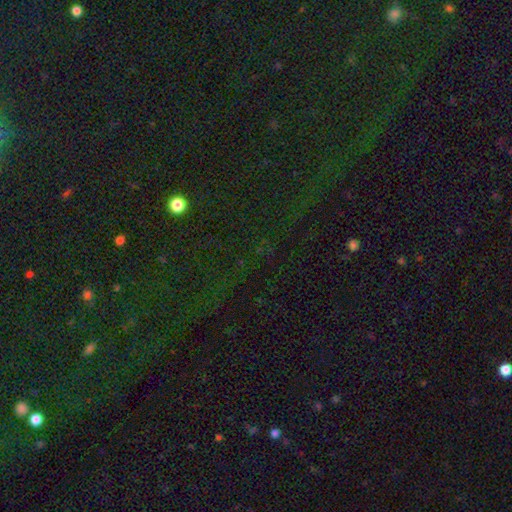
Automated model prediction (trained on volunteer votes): Smooth or featured?
  - star or artifact: 79% *
  - smooth: 13%
  - featured or disk: 8%